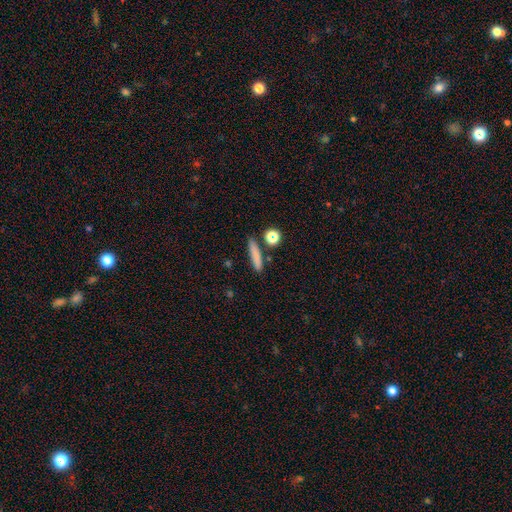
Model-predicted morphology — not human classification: This appears to be a smooth galaxy with no disk features (79%) that is cigar-shaped (81%). Merging: none (81%).